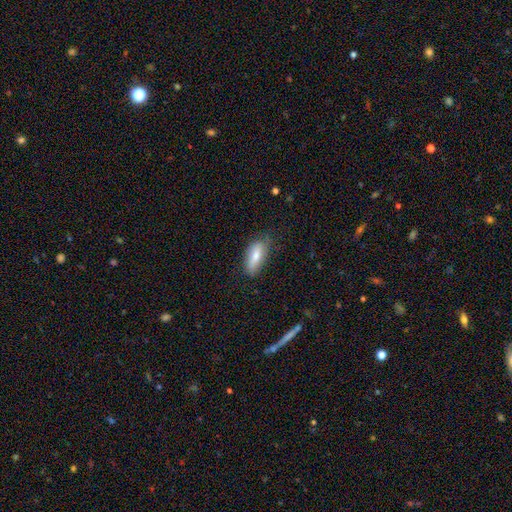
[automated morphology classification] A smooth galaxy with no disk features (72%) that is in between round and cigar-shaped (75%).

Vote fractions:
- Smooth or featured? smooth: 72% / featured or disk: 22% / star or artifact: 7%
- How rounded? in between: 75% / cigar-shaped: 22% / round: 3%
- Merging? none: 70% / minor disturbance: 24% / major disturbance: 5% / merger: 1%